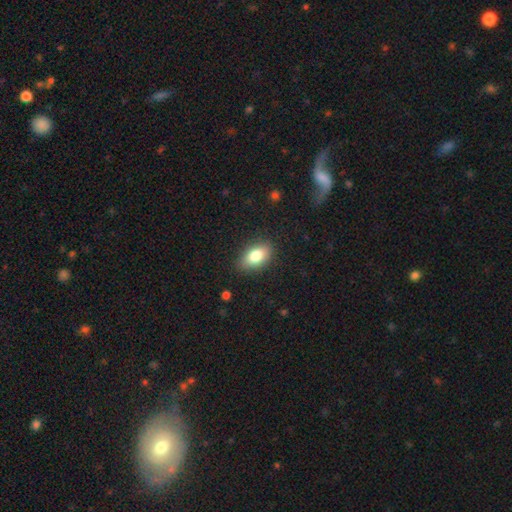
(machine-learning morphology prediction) smooth-or-featured: smooth: 81% | featured or disk: 11% | star or artifact: 7%
  how-rounded: in between: 90% | round: 6% | cigar-shaped: 4%
  merging: none: 85% | minor disturbance: 11% | major disturbance: 3% | merger: 1%